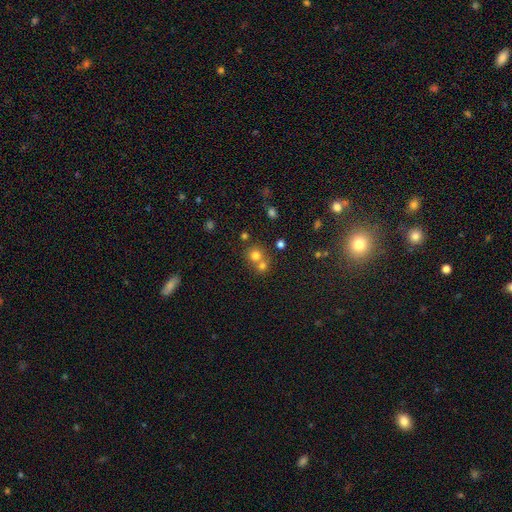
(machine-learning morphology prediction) smooth-or-featured: smooth: 71% | star or artifact: 18% | featured or disk: 11%
  how-rounded: round: 86% | in between: 13% | cigar-shaped: 1%
  merging: merger: 48% | none: 45% | minor disturbance: 5% | major disturbance: 2%